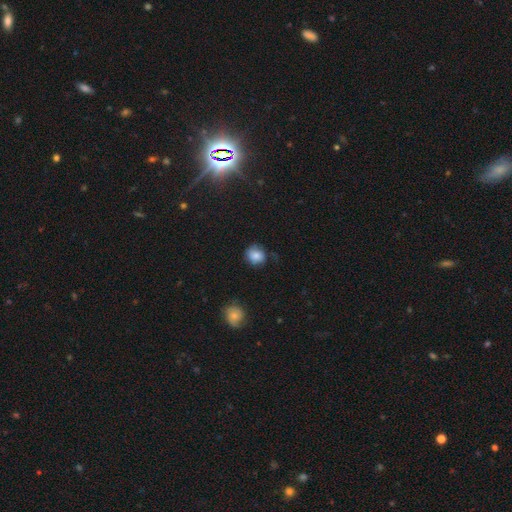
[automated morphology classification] smooth_or_featured: smooth (p=0.73) [alt: featured or disk p=0.17]
how_rounded: round (p=0.75) [alt: in between p=0.24]
merging: none (p=0.64) [alt: minor disturbance p=0.26]